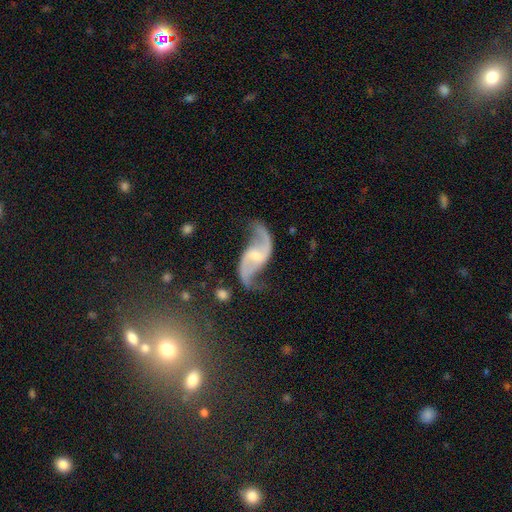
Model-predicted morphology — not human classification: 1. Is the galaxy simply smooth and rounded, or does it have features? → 91% featured or disk, 4% star or artifact, 4% smooth.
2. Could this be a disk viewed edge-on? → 97% no, 3% yes.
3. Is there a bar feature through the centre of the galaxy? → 47% weak, 30% no, 23% strong.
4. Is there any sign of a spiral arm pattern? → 97% yes, 3% no.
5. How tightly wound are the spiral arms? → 80% loose, 16% medium, 4% tight.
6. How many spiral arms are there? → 94% 2, 2% 1, 2% can't tell, 1% 3, 1% 4, 1% more than 4.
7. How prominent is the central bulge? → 59% small, 31% moderate, 7% none, 2% large, 1% dominant.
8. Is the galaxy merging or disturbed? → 69% none, 17% minor disturbance, 11% major disturbance, 3% merger.